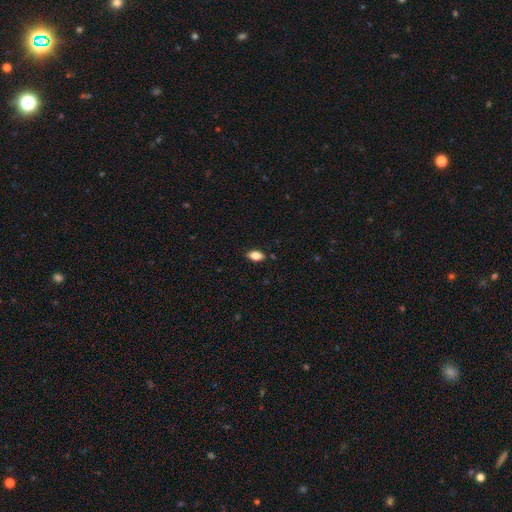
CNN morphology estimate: A smooth galaxy with no disk features (80%) that is in between round and cigar-shaped (89%). Merging: none (86%).